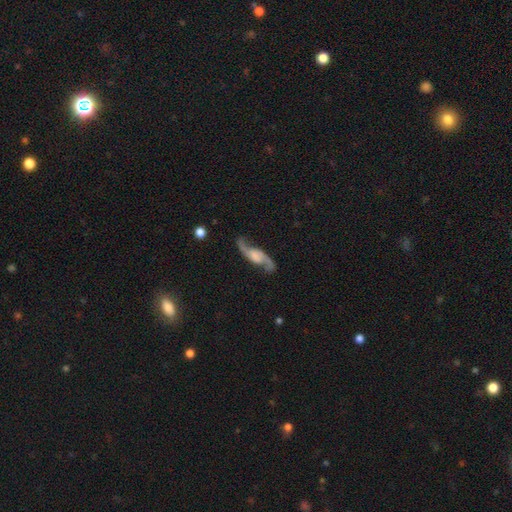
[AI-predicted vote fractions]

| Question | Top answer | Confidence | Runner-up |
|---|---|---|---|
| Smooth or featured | featured or disk | 87% | smooth (8%) |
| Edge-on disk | no | 91% | yes (9%) |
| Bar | no | 49% | weak (37%) |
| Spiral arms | yes | 97% | no (3%) |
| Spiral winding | loose | 71% | medium (24%) |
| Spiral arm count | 2 | 94% | can't tell (2%) |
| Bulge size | none | 39% | moderate (20%) |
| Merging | none | 79% | minor disturbance (13%) |